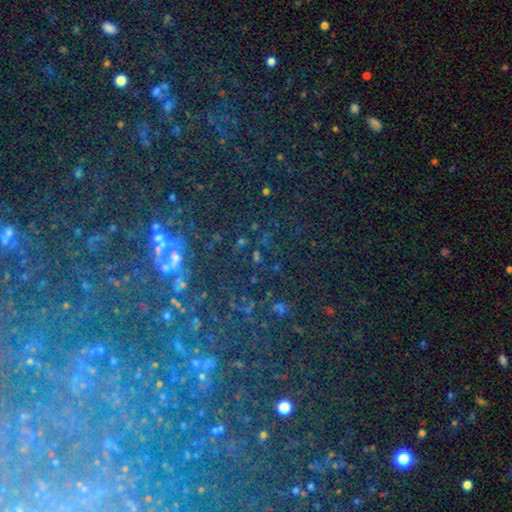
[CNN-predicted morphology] smooth_or_featured: star or artifact (p=0.69) [alt: featured or disk p=0.15]